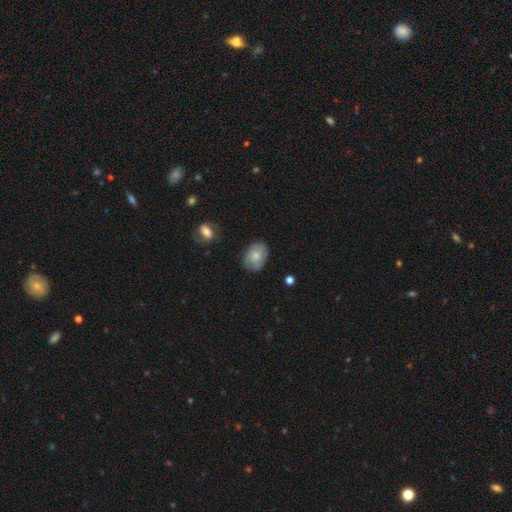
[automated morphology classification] A smooth galaxy with no disk features (70%) that is in between round and cigar-shaped (75%).

Vote fractions:
- Smooth or featured? smooth: 70% / featured or disk: 23% / star or artifact: 7%
- How rounded? in between: 75% / round: 24% / cigar-shaped: 1%
- Merging? none: 72% / minor disturbance: 22% / major disturbance: 4% / merger: 2%